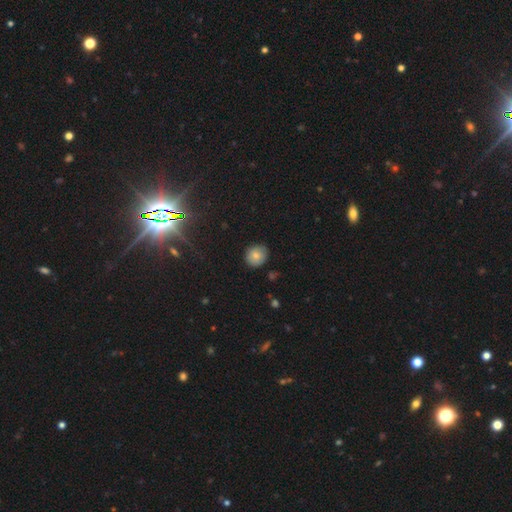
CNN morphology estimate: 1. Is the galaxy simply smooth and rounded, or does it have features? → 79% smooth, 11% featured or disk, 10% star or artifact.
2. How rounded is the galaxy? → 76% round, 23% in between, 1% cigar-shaped.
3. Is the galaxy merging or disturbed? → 81% none, 15% minor disturbance, 2% major disturbance, 1% merger.